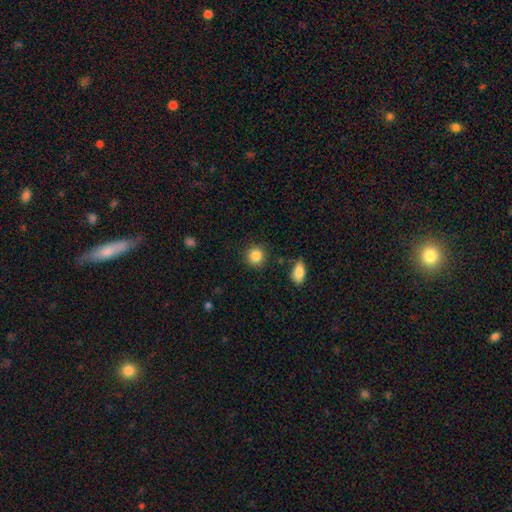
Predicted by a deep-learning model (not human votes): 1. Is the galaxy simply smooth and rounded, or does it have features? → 86% smooth, 9% star or artifact, 5% featured or disk.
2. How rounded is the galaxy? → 89% round, 10% in between, 1% cigar-shaped.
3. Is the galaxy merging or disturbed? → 87% none, 8% minor disturbance, 3% merger, 3% major disturbance.